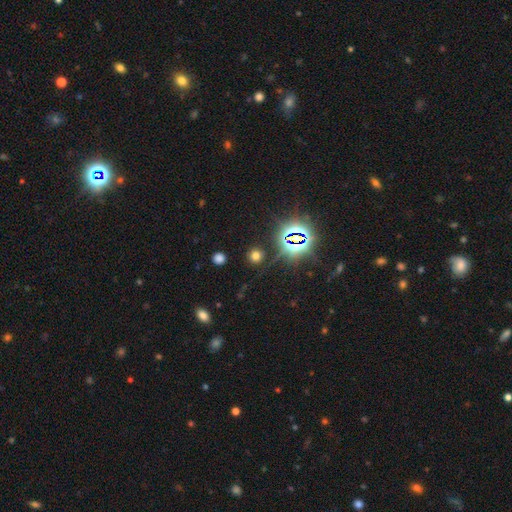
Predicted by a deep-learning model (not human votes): smooth_or_featured: smooth (p=0.60) [alt: star or artifact p=0.33]
how_rounded: round (p=0.88) [alt: in between p=0.11]
merging: none (p=0.86) [alt: minor disturbance p=0.08]